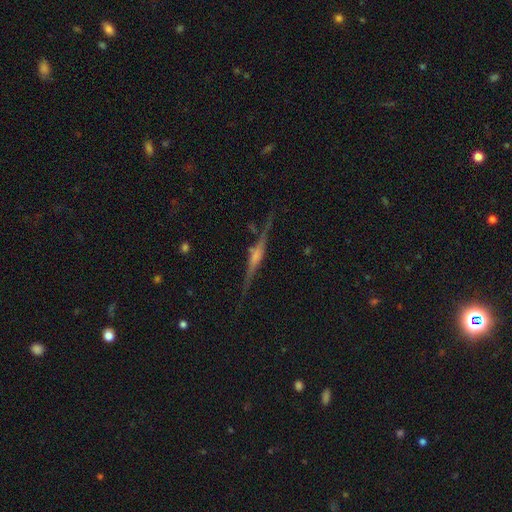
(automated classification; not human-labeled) Overall: featured or disk (81%). Edge-on disk: yes (97%). Edge-on bulge: rounded (65%). Merging: none (85%).